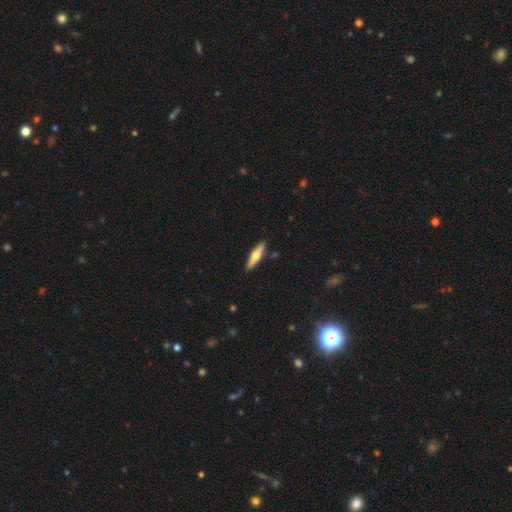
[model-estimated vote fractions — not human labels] smooth-or-featured: smooth: 49% | featured or disk: 46% | star or artifact: 5%
  merging: none: 89% | minor disturbance: 8% | merger: 2% | major disturbance: 2%